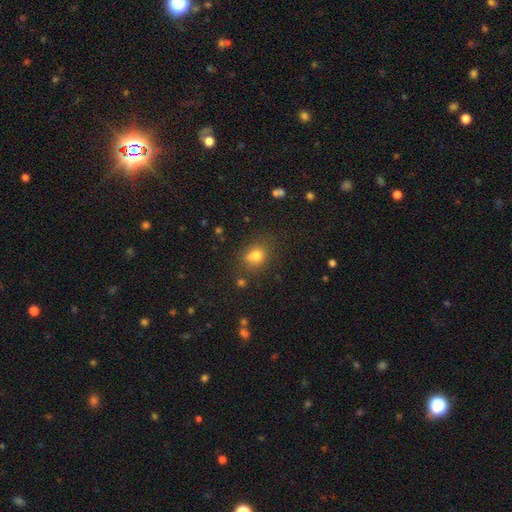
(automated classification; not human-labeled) Overall: smooth (75%). How rounded: round (55%; in between 43%). Merging: none (63%).